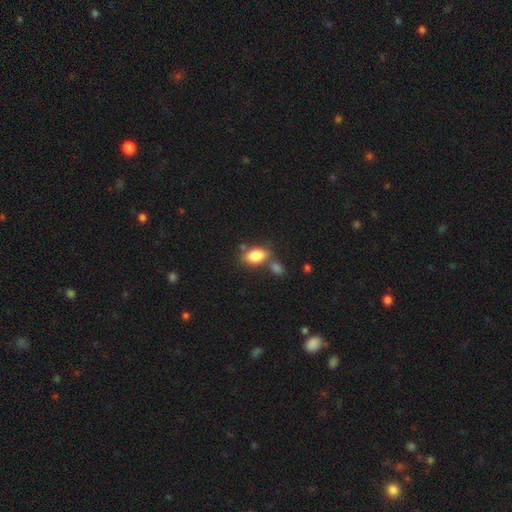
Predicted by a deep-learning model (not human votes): Morphology: type=smooth (84%); roundness=in between (88%); merging=none (55%).